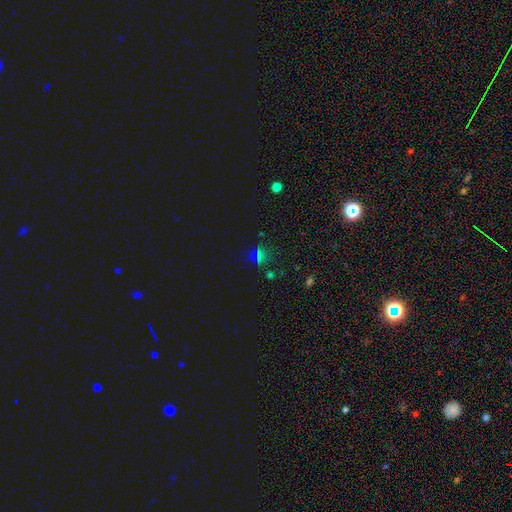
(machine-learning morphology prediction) The model was most divided on "smooth or featured": star or artifact: 50%, smooth: 42%, featured or disk: 8%.